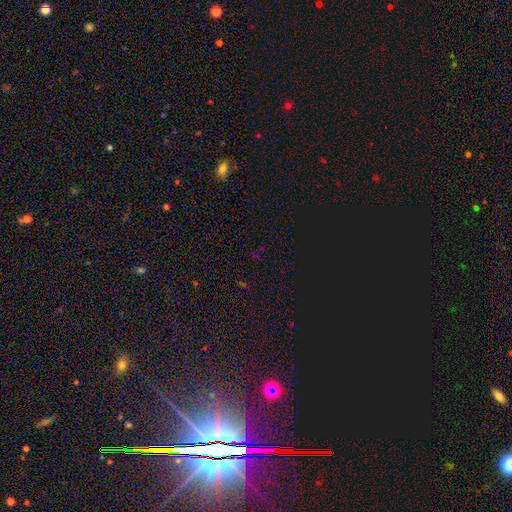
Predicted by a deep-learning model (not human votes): Smooth or featured?
  - star or artifact: 71% *
  - smooth: 20%
  - featured or disk: 9%